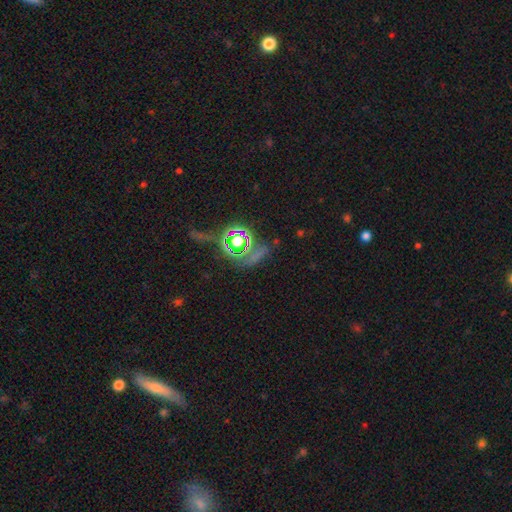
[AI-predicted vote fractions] smooth-or-featured: star or artifact: 71% | smooth: 18% | featured or disk: 10%